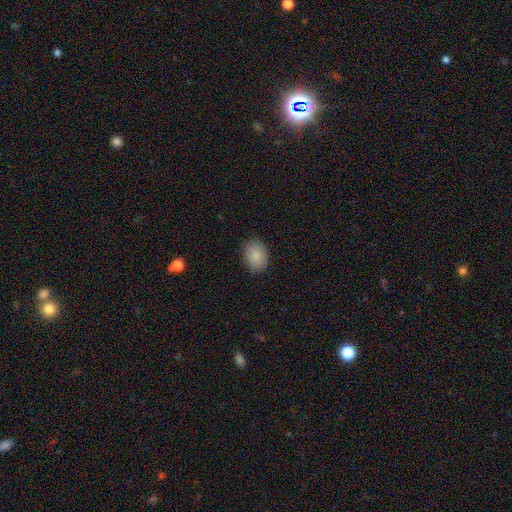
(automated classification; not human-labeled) This is clearly a smooth galaxy (86%). How rounded: likely in between (68%). Merging: clearly none (87%).